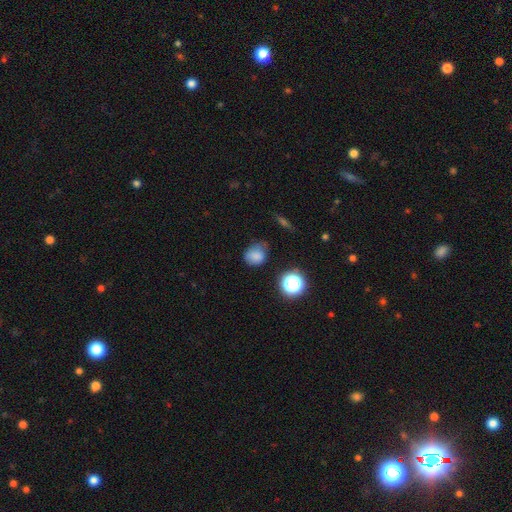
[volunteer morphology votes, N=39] This is clearly a smooth galaxy (90%). How rounded: clearly round (91%). Merging: likely none (74%).